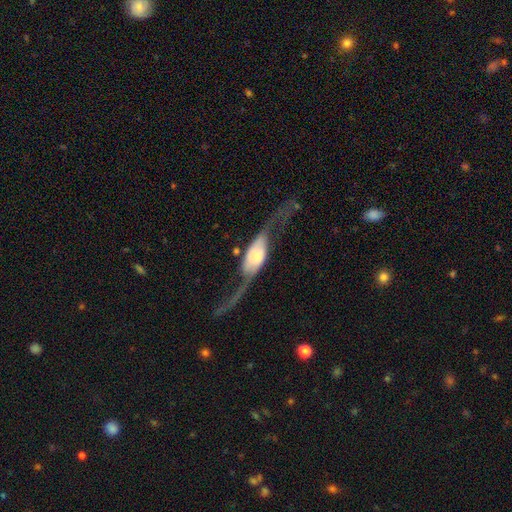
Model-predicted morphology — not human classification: This appears to be a featured or disk galaxy (66%). Merging: major disturbance (45%).